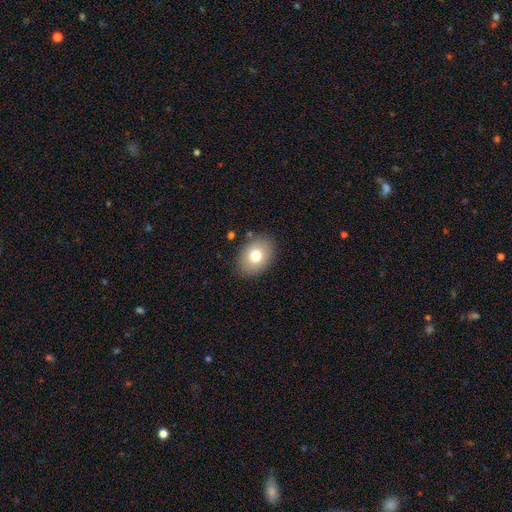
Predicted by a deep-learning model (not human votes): Smooth or featured: smooth — 75% (featured or disk — 15%)
How rounded: in between — 72% (round — 27%)
Merging: none — 85% (minor disturbance — 10%)